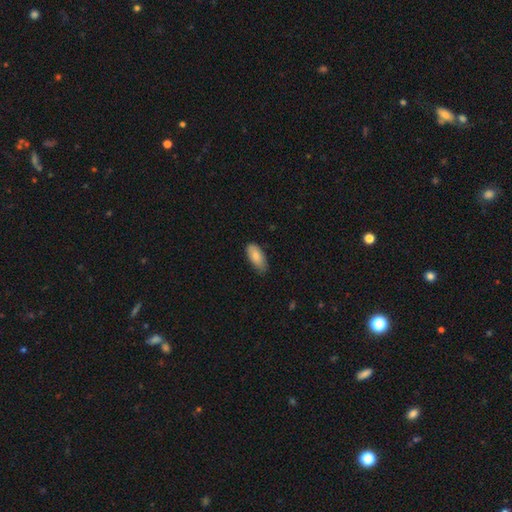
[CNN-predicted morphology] This is clearly a smooth galaxy (83%). How rounded: clearly in between (89%). Merging: likely none (72%).